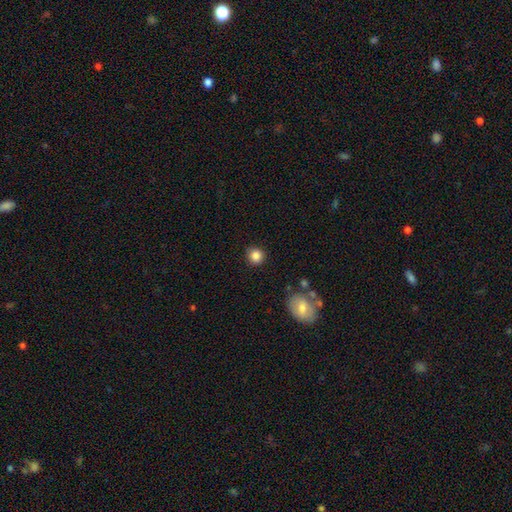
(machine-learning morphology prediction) A smooth galaxy with no disk features (86%) that is round (91%).

Vote fractions:
- Smooth or featured? smooth: 86% / star or artifact: 10% / featured or disk: 4%
- How rounded? round: 91% / in between: 8% / cigar-shaped: 1%
- Merging? none: 89% / minor disturbance: 7% / major disturbance: 2% / merger: 2%